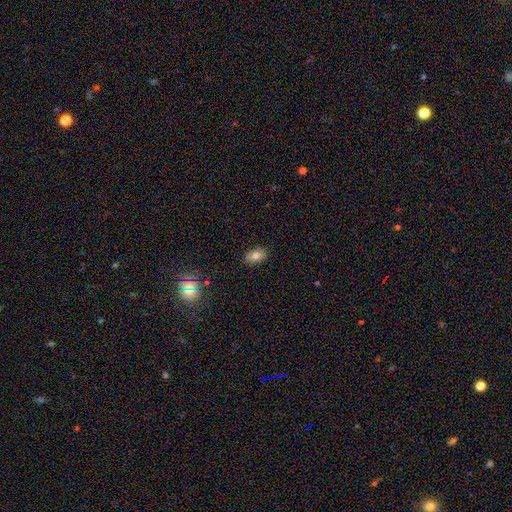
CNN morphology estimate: This is likely a smooth galaxy (76%). How rounded: clearly in between (83%). Merging: clearly none (86%).